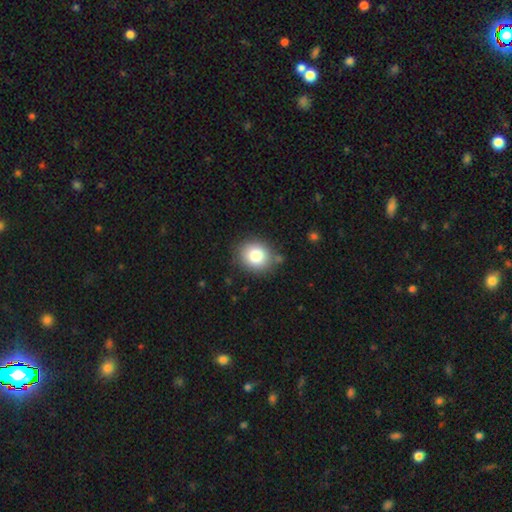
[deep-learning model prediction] A smooth galaxy with no disk features (82%) that is round (77%). Merging: none (82%).